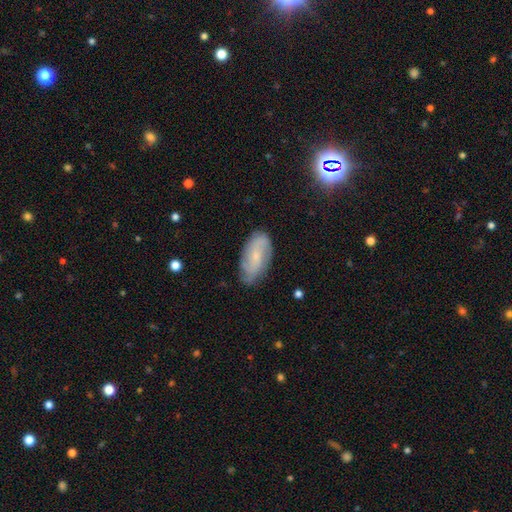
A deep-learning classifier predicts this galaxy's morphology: Q: Smooth or featured?
A: featured or disk (65%); runner-up: smooth (27%)
Q: Edge-on disk?
A: no (94%); runner-up: yes (6%)
Q: Bar?
A: no (62%); runner-up: weak (32%)
Q: Spiral arms?
A: yes (92%); runner-up: no (8%)
Q: Spiral winding?
A: medium (41%); runner-up: tight (40%)
Q: Spiral arm count?
A: 2 (52%); runner-up: can't tell (25%)
Q: Bulge size?
A: small (68%); runner-up: moderate (21%)
Q: Merging?
A: none (77%); runner-up: minor disturbance (18%)